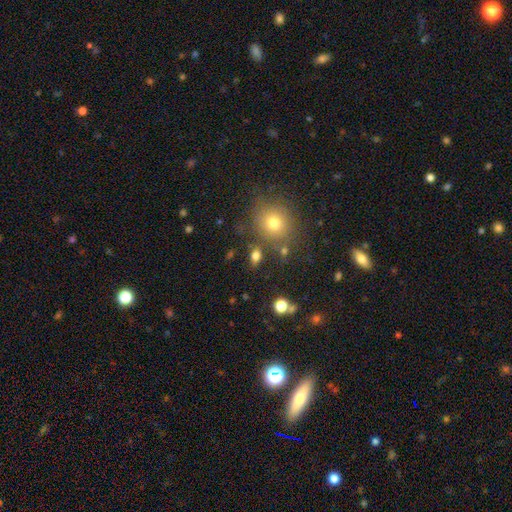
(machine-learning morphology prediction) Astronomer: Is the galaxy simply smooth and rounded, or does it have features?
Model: smooth — 77%.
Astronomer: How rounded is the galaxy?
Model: in between — 72%.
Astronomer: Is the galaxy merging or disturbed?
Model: none — 79%.